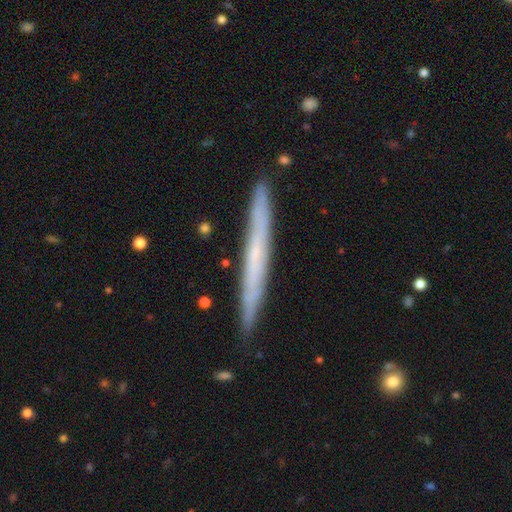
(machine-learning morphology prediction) featured or disk 53%, smooth 41%, star or artifact 6%. Down the decision tree: edge-on disk — yes (94%); edge-on bulge — none (84%); merging — none (89%).